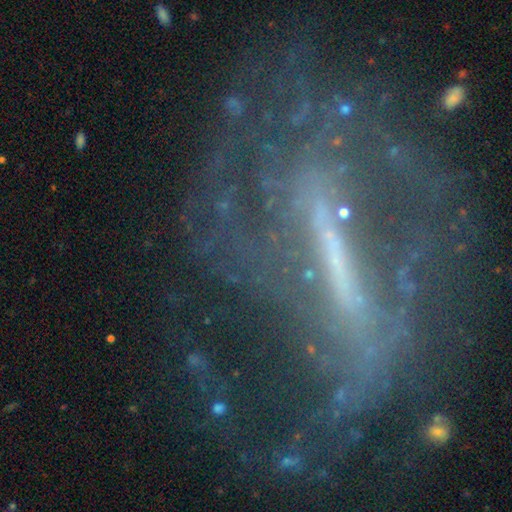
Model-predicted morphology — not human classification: A featured or disk galaxy (82%) with a strong bar (72%), 2 (50%) medium (36%) spiral arms (80%) and a small central bulge (48%). Merging: none (55%).